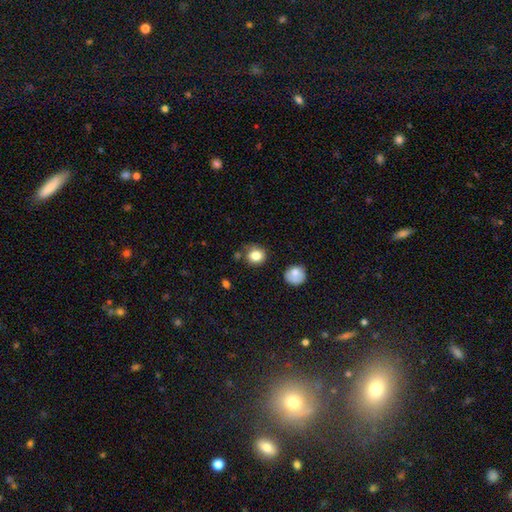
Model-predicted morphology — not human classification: This appears to be a smooth galaxy with no disk features (82%) that is round (81%). Merging: none (73%).